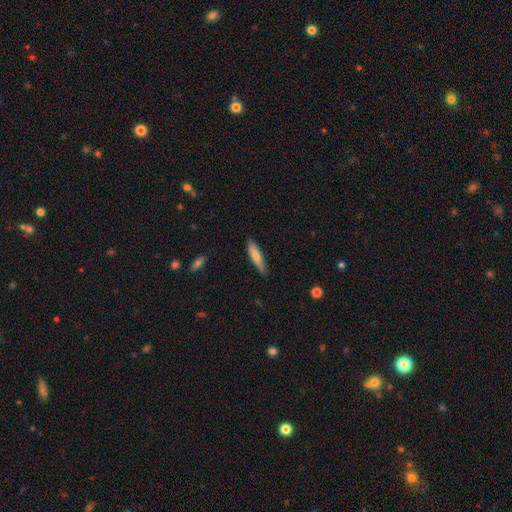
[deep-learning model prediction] Overall: smooth (69%). How rounded: cigar-shaped (81%). Merging: none (83%).